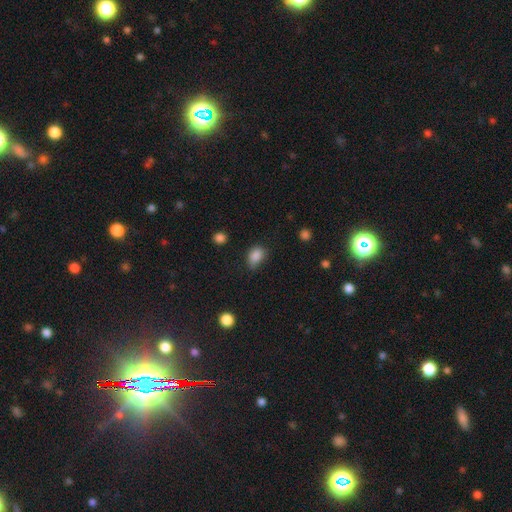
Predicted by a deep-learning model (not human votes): Smooth or featured?
  - smooth: 85% *
  - star or artifact: 10%
  - featured or disk: 5%
How rounded?
  - in between: 70% *
  - round: 28%
  - cigar-shaped: 1%
Merging?
  - none: 54% *
  - minor disturbance: 35%
  - major disturbance: 8%
  - merger: 2%